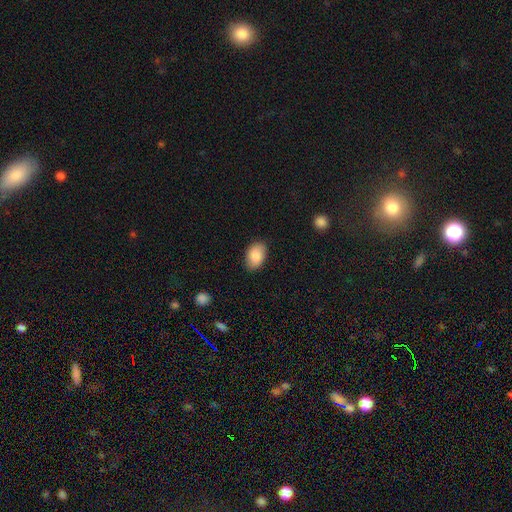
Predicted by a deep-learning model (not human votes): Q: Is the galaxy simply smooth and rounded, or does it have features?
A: smooth — 87%.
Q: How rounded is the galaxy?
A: in between — 89%.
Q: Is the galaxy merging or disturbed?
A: none — 84%.